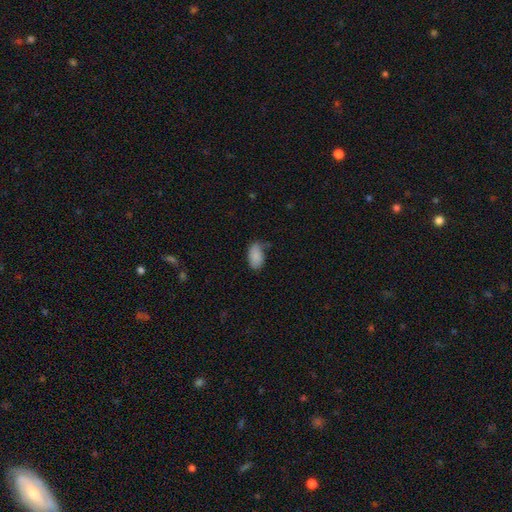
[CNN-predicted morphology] Smooth or featured?
  - smooth: 86% *
  - star or artifact: 7%
  - featured or disk: 7%
How rounded?
  - in between: 94% *
  - round: 4%
  - cigar-shaped: 2%
Merging?
  - none: 59% *
  - minor disturbance: 29%
  - major disturbance: 8%
  - merger: 3%